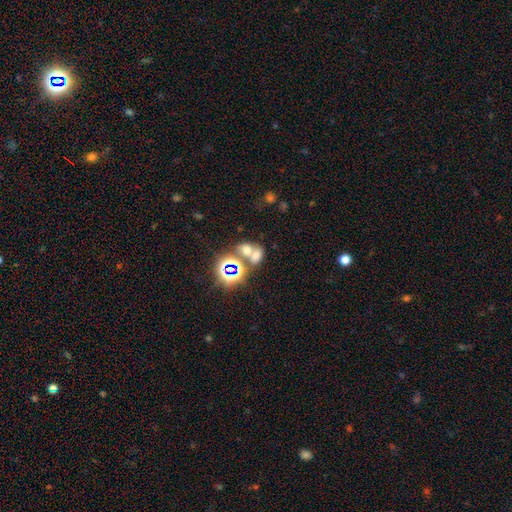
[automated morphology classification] type=smooth (54%); roundness=in between (67%); merging=merger (56%).